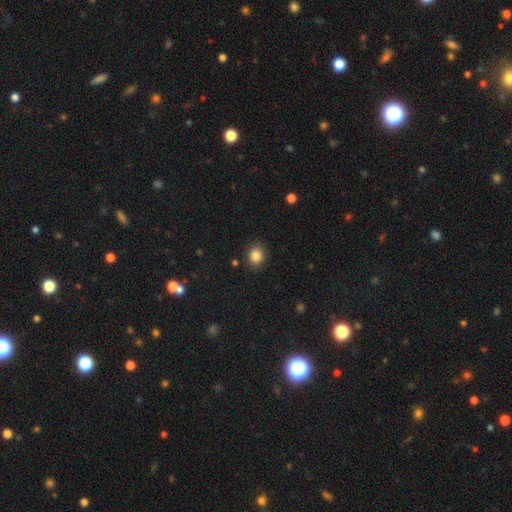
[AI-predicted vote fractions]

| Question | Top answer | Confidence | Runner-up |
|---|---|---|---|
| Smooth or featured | smooth | 85% | star or artifact (10%) |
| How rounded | round | 70% | in between (29%) |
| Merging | none | 86% | minor disturbance (10%) |